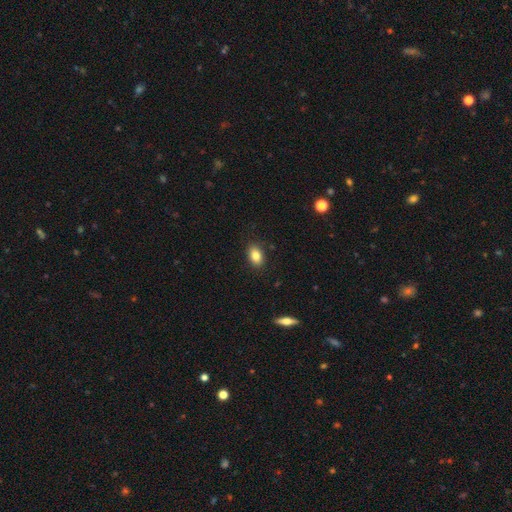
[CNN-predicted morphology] smooth_or_featured: smooth (p=0.84) [alt: star or artifact p=0.09]
how_rounded: in between (p=0.86) [alt: round p=0.13]
merging: none (p=0.87) [alt: minor disturbance p=0.09]